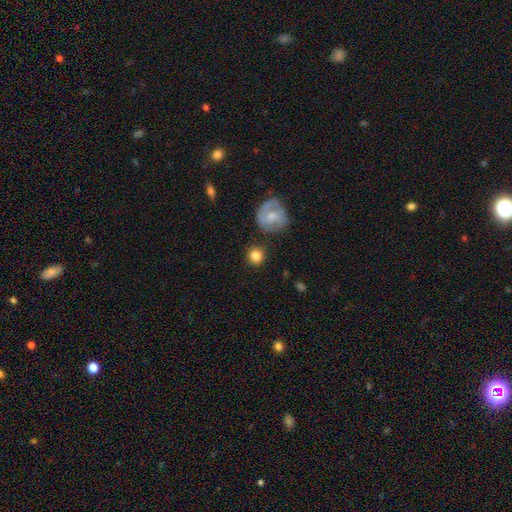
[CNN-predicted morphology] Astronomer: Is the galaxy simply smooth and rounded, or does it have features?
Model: smooth — 83%.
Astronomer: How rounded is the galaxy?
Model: round — 90%.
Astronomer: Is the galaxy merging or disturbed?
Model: none — 82%.